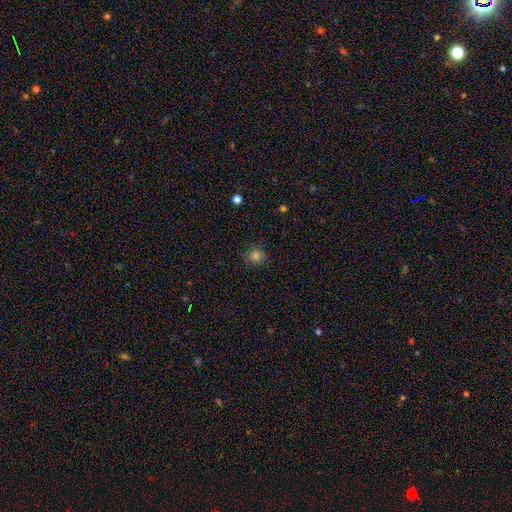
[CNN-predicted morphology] smooth_or_featured: smooth (p=0.80) [alt: star or artifact p=0.15]
how_rounded: round (p=0.86) [alt: in between p=0.13]
merging: none (p=0.83) [alt: minor disturbance p=0.13]